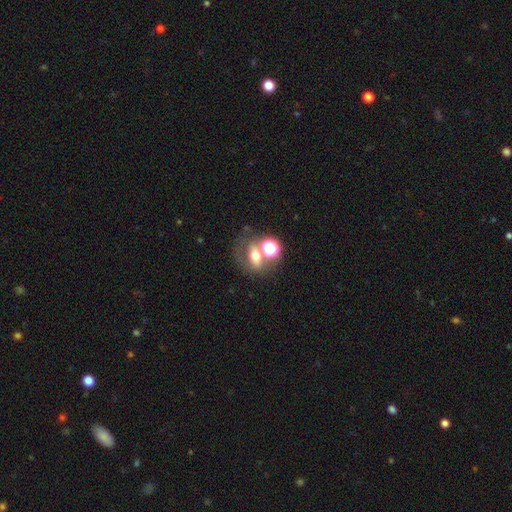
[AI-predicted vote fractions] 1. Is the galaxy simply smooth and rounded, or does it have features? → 51% smooth, 29% featured or disk, 20% star or artifact.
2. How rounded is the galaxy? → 56% in between, 42% round, 3% cigar-shaped.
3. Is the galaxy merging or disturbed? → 41% none, 36% merger, 13% minor disturbance, 11% major disturbance.